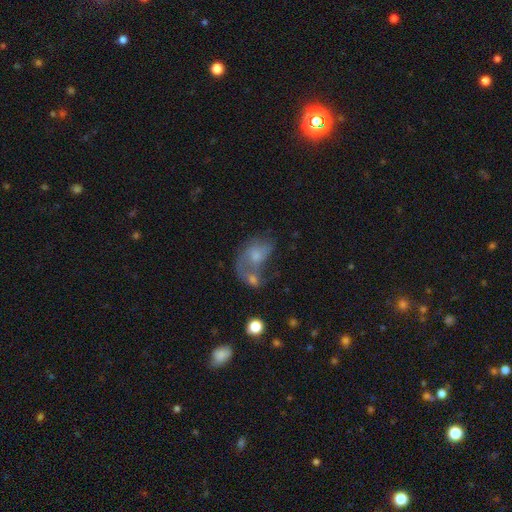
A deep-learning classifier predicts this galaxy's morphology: A featured or disk galaxy (51%).

Vote fractions:
- Smooth or featured? featured or disk: 51% / smooth: 38% / star or artifact: 11%
- Edge-on disk? no: 97% / yes: 3%
- Merging? merger: 45% / none: 22% / major disturbance: 19% / minor disturbance: 14%